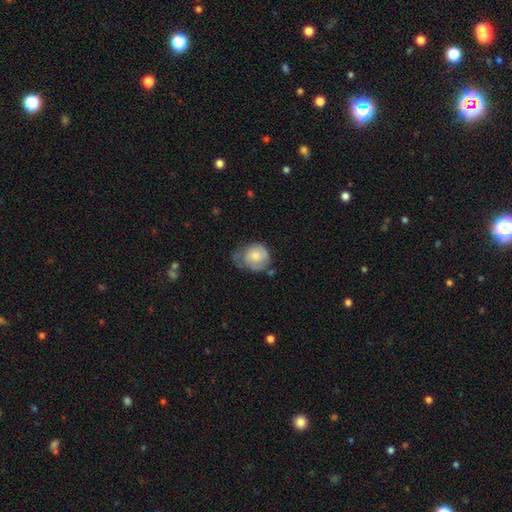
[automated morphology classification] type=smooth (57%); roundness=round (69%); merging=minor disturbance (38%).